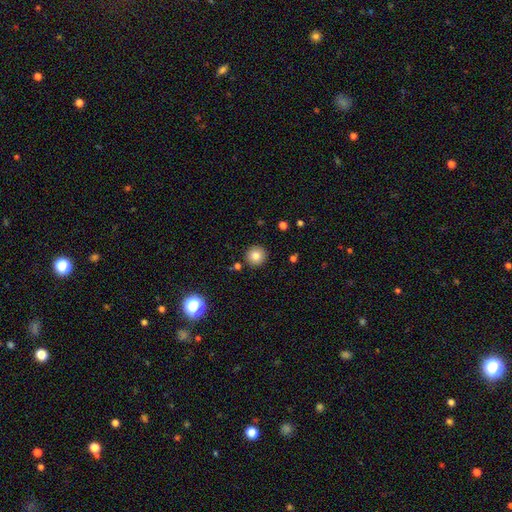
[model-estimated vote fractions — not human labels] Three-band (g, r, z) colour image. It shows a smooth galaxy with no disk features (81%) that is round (94%). Merging: none (90%).